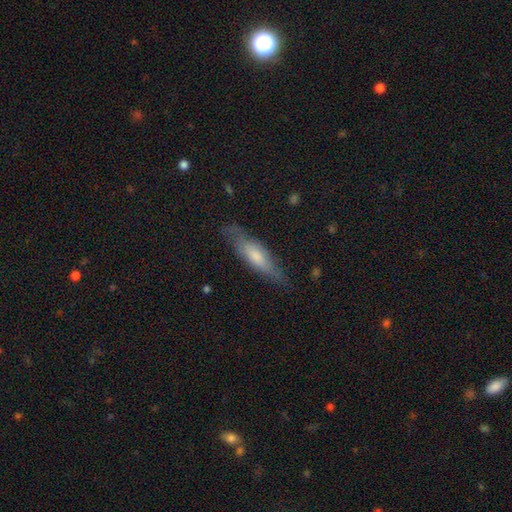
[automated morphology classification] Smooth or featured?
  - smooth: 51% *
  - featured or disk: 42%
  - star or artifact: 7%
How rounded?
  - cigar-shaped: 70% *
  - in between: 29%
  - round: 2%
Merging?
  - none: 76% *
  - minor disturbance: 18%
  - major disturbance: 5%
  - merger: 1%